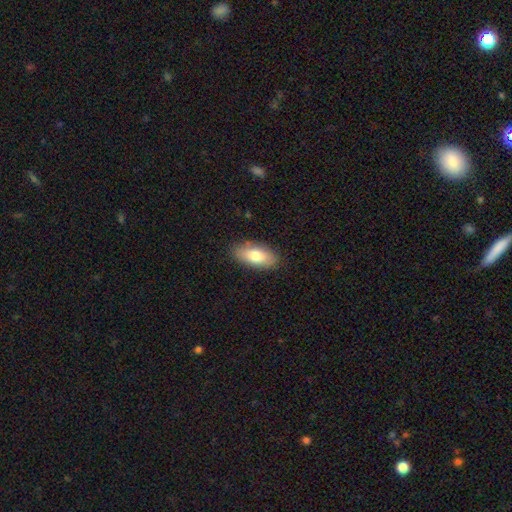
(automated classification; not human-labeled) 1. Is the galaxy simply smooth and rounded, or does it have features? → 78% smooth, 16% featured or disk, 6% star or artifact.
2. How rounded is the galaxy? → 87% in between, 10% cigar-shaped, 3% round.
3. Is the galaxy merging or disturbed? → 86% none, 11% minor disturbance, 2% major disturbance, 1% merger.